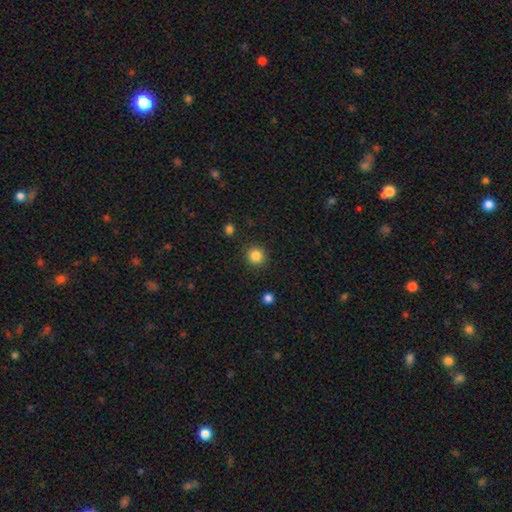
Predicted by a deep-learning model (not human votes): This appears to be a smooth galaxy with no disk features (85%) that is round (93%). Merging: none (90%).